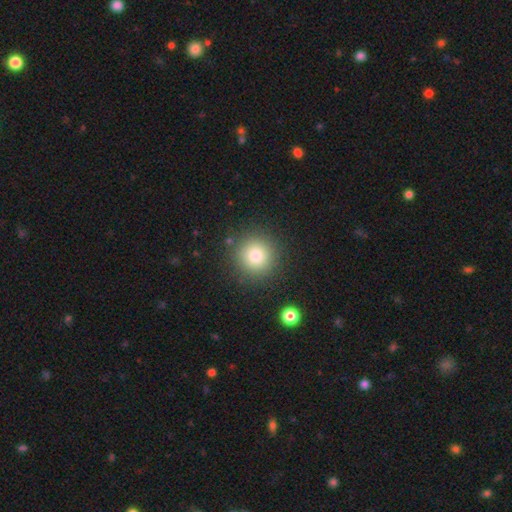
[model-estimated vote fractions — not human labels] Smooth or featured?
  - smooth: 81% *
  - star or artifact: 11%
  - featured or disk: 7%
How rounded?
  - round: 94% *
  - in between: 5%
  - cigar-shaped: 1%
Merging?
  - none: 88% *
  - minor disturbance: 7%
  - major disturbance: 3%
  - merger: 2%